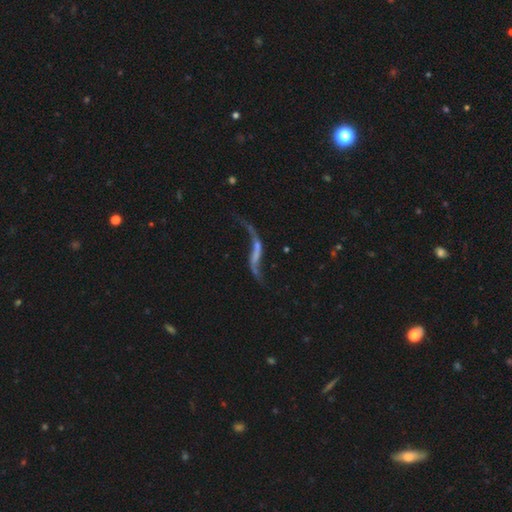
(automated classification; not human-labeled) featured or disk 82%, star or artifact 9%, smooth 9%. Down the decision tree: edge-on disk — no (88%); bar — strong (35%); spiral arms — yes (88%); spiral arm count — 2 (91%); spiral winding — loose (96%); bulge size — none (64%); merging — none (57%).